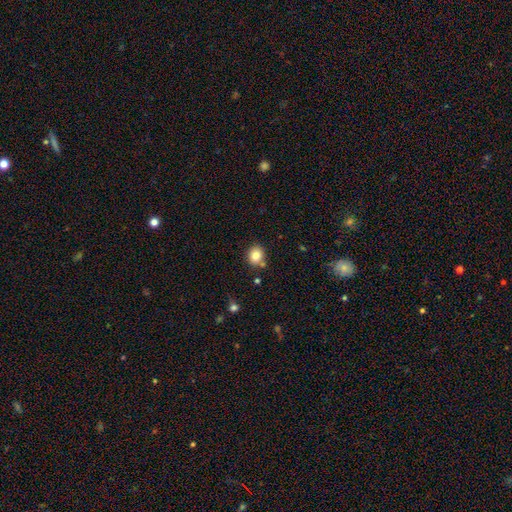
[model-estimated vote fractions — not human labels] Smooth or featured?
  - smooth: 82% *
  - star or artifact: 10%
  - featured or disk: 7%
How rounded?
  - round: 72% *
  - in between: 27%
  - cigar-shaped: 1%
Merging?
  - none: 76% *
  - minor disturbance: 11%
  - merger: 9%
  - major disturbance: 3%